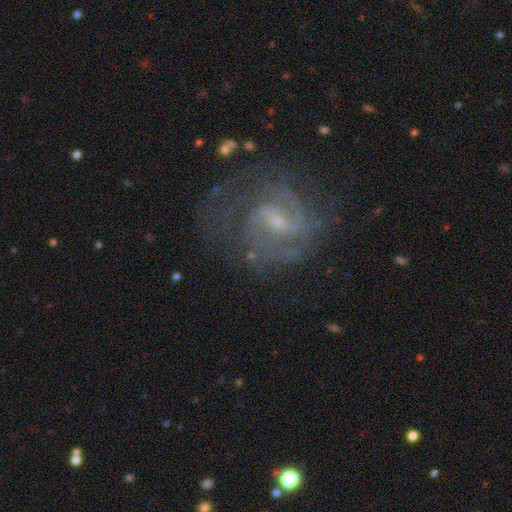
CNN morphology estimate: Smooth or featured?
  - featured or disk: 86% *
  - star or artifact: 8%
  - smooth: 7%
Edge-on disk?
  - no: 98% *
  - yes: 2%
Bar?
  - weak: 59% *
  - no: 21%
  - strong: 20%
Spiral arms?
  - yes: 95% *
  - no: 5%
Spiral winding?
  - medium: 49% *
  - tight: 38%
  - loose: 13%
Spiral arm count?
  - 2: 57% *
  - can't tell: 18%
  - 3: 13%
  - 1: 4%
  - 4: 4%
  - more than 4: 4%
Bulge size?
  - small: 70% *
  - moderate: 20%
  - none: 8%
  - large: 1%
  - dominant: 1%
Merging?
  - none: 68% *
  - minor disturbance: 17%
  - major disturbance: 14%
  - merger: 2%